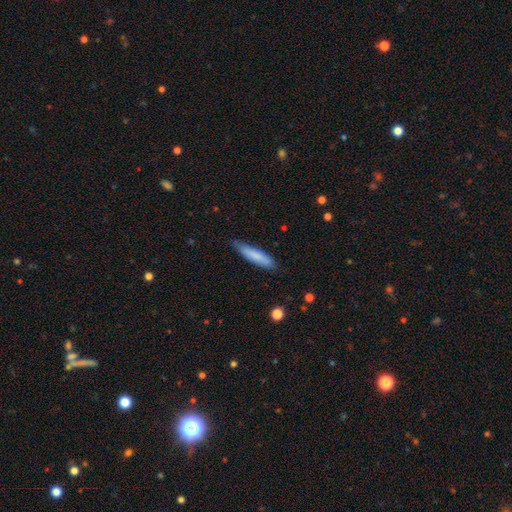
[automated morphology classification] Smooth or featured? smooth (80%)
How rounded? cigar-shaped (83%)
Merging? none (80%)